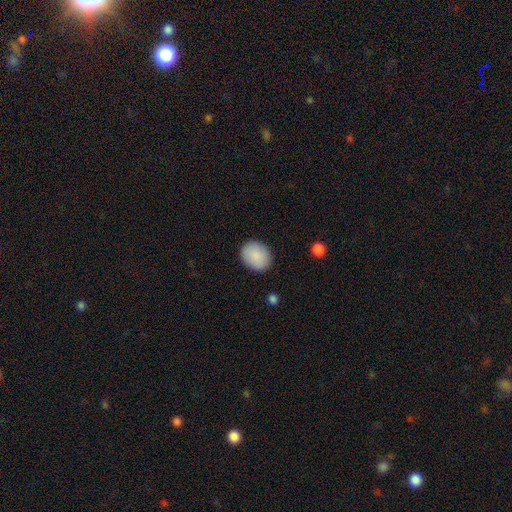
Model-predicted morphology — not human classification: Smooth or featured? smooth (89%)
How rounded? round (51%)
Merging? none (88%)